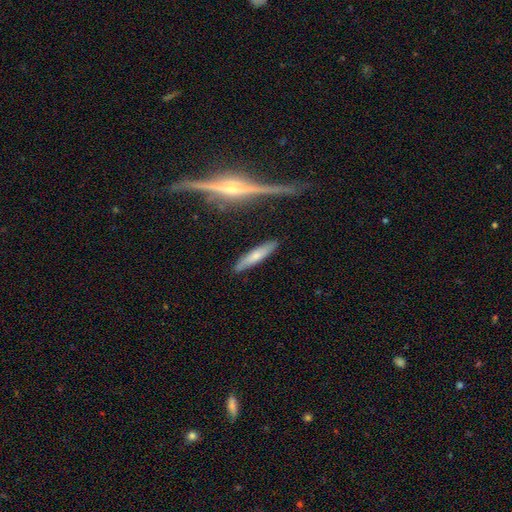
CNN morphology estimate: A smooth galaxy with no disk features (60%) that is cigar-shaped (83%). Merging: none (85%).